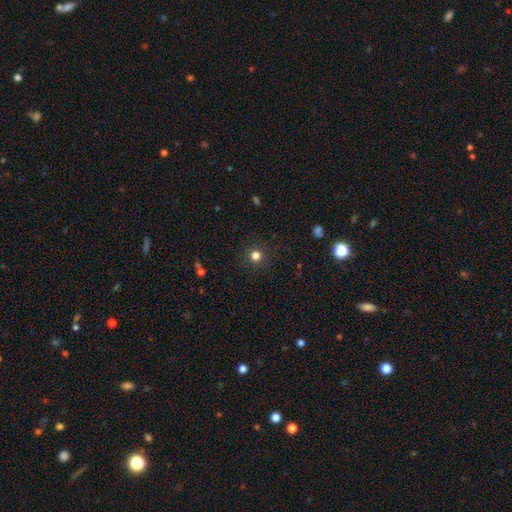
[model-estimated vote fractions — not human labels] The model was most divided on "smooth or featured": smooth: 78%, star or artifact: 16%, featured or disk: 5%. More confident: how rounded — round (94%); merging — none (90%).